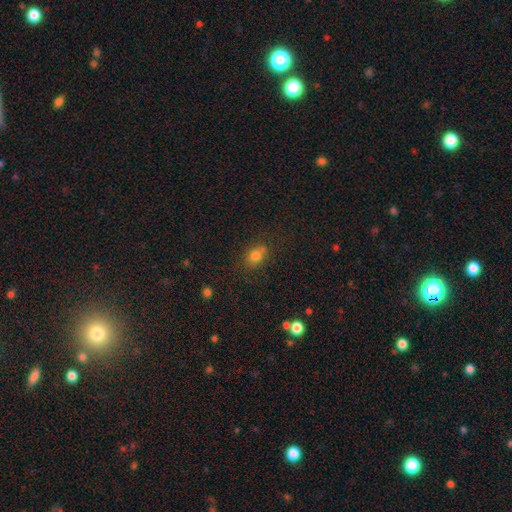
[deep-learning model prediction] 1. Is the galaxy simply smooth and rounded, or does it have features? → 77% smooth, 14% star or artifact, 9% featured or disk.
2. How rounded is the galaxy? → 56% in between, 42% round, 2% cigar-shaped.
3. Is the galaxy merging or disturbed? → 69% none, 17% minor disturbance, 10% merger, 5% major disturbance.